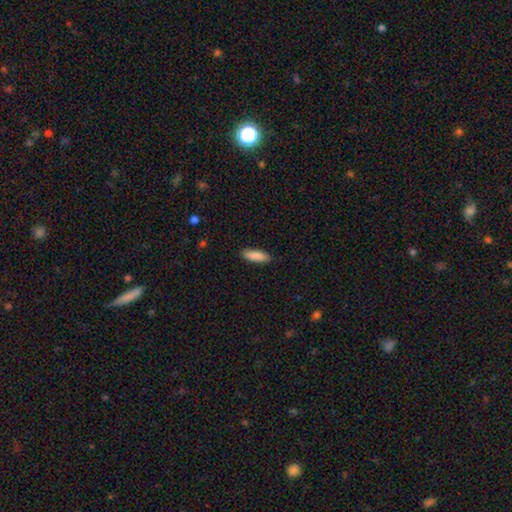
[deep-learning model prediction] smooth 89%, star or artifact 6%, featured or disk 5%. Down the decision tree: how rounded — in between (55%); merging — none (89%).